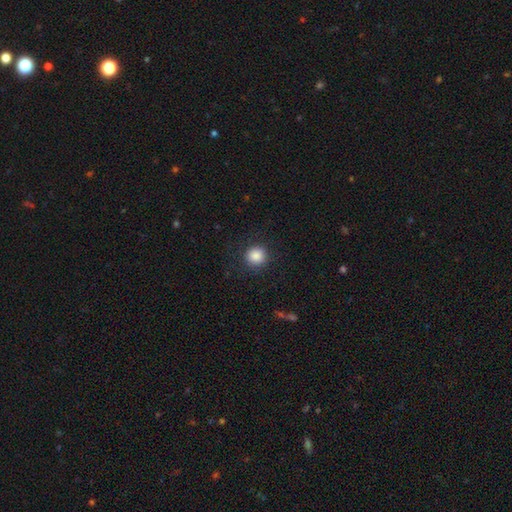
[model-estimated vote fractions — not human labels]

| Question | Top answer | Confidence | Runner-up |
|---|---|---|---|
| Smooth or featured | smooth | 87% | star or artifact (9%) |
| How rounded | round | 93% | in between (6%) |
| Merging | none | 89% | minor disturbance (7%) |